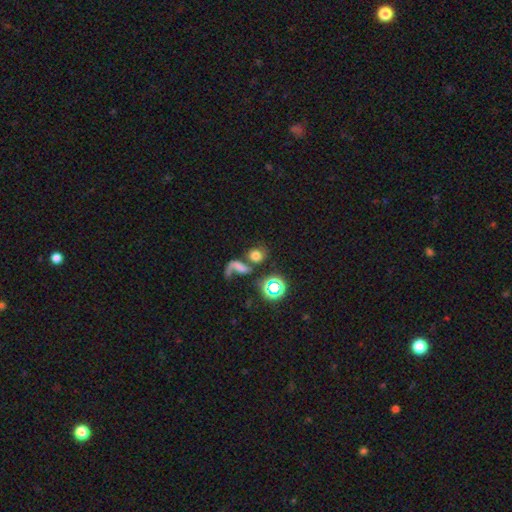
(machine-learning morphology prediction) Overall: smooth (61%; star or artifact 21%). How rounded: round (74%). Merging: none (39%; merger 36%).